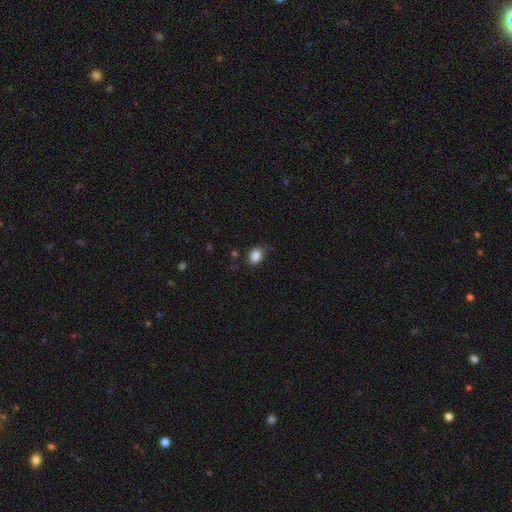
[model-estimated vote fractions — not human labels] Smooth or featured? Predicted: smooth (p=0.86). How rounded? Predicted: in between (p=0.61). Merging? Predicted: none (p=0.70).